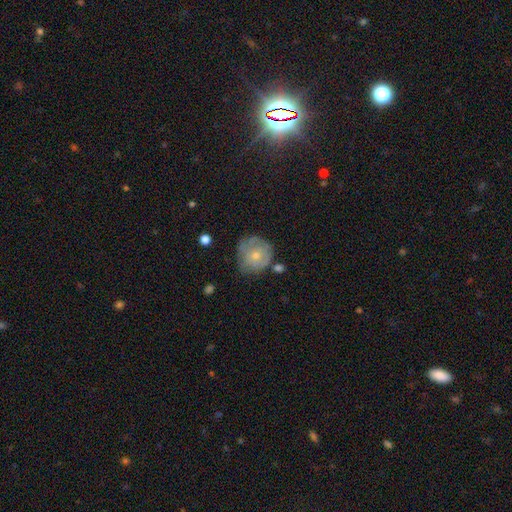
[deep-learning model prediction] smooth-or-featured: smooth: 54% | featured or disk: 38% | star or artifact: 7%
  how-rounded: round: 85% | in between: 14% | cigar-shaped: 1%
  merging: none: 55% | minor disturbance: 29% | major disturbance: 11% | merger: 5%